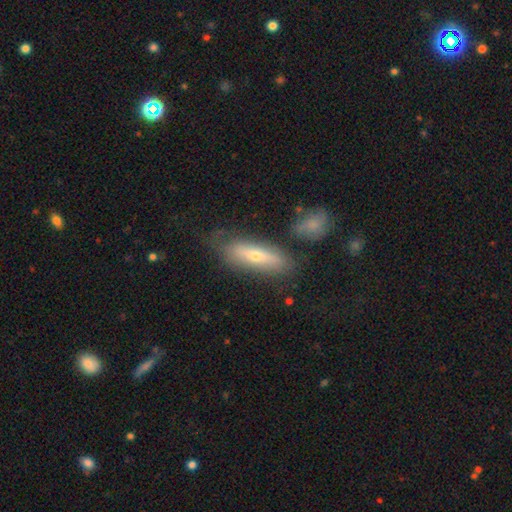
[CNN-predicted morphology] Smooth or featured: smooth — 51% (featured or disk — 41%)
How rounded: cigar-shaped — 53% (in between — 44%)
Merging: none — 68% (minor disturbance — 19%)